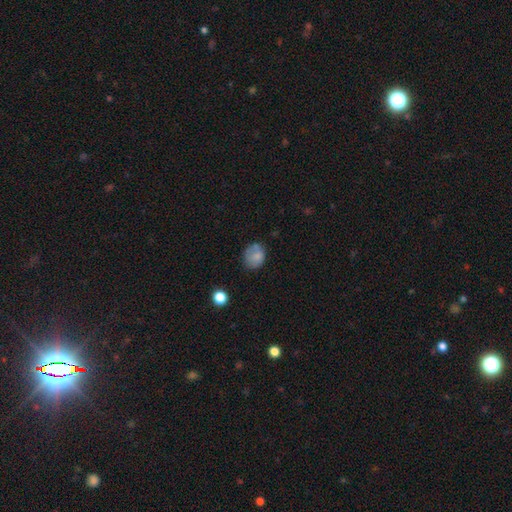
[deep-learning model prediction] smooth-or-featured: smooth: 77% | featured or disk: 13% | star or artifact: 10%
  how-rounded: round: 53% | in between: 46% | cigar-shaped: 1%
  merging: none: 58% | minor disturbance: 28% | major disturbance: 10% | merger: 4%